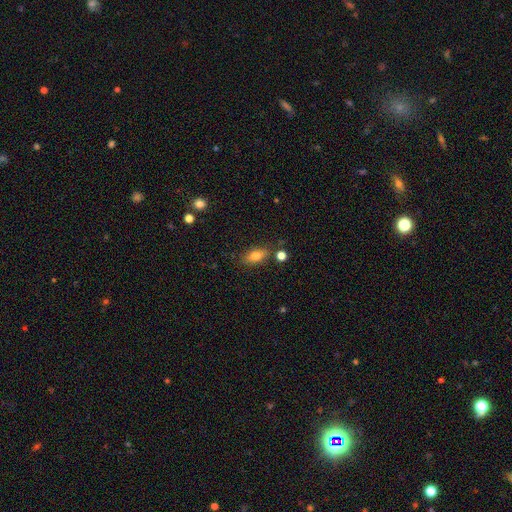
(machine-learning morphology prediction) smooth_or_featured: smooth (p=0.81) [alt: featured or disk p=0.10]
how_rounded: in between (p=0.82) [alt: cigar-shaped p=0.11]
merging: none (p=0.76) [alt: minor disturbance p=0.14]